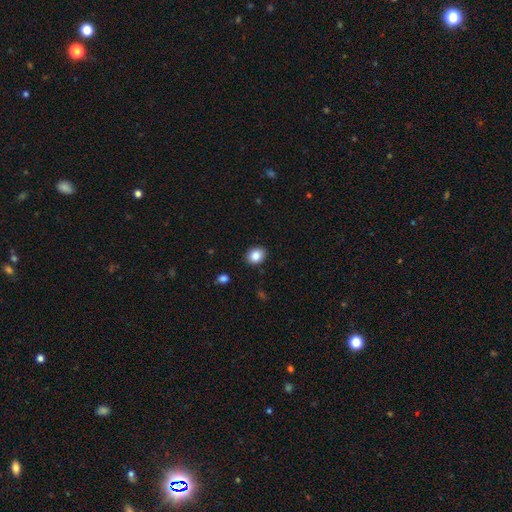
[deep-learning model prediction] Smooth or featured? Predicted: smooth (p=0.85). How rounded? Predicted: round (p=0.50). Merging? Predicted: none (p=0.89).